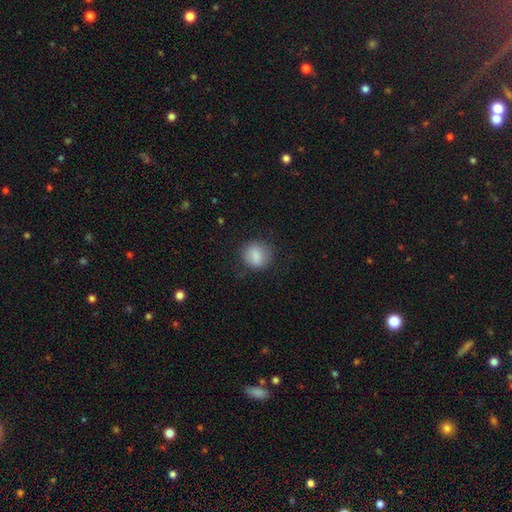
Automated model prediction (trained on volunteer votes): A smooth galaxy with no disk features (84%) that is round (79%). Merging: none (77%).